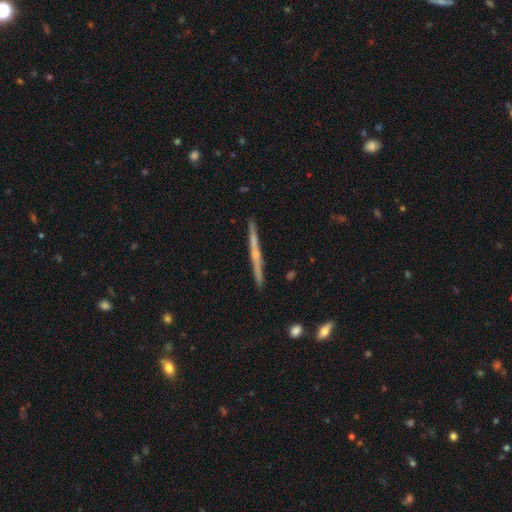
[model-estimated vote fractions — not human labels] Q: Smooth or featured?
A: featured or disk (64%); runner-up: smooth (30%)
Q: Edge-on disk?
A: yes (98%); runner-up: no (2%)
Q: Edge-on bulge?
A: none (60%); runner-up: rounded (34%)
Q: Merging?
A: none (91%); runner-up: minor disturbance (7%)